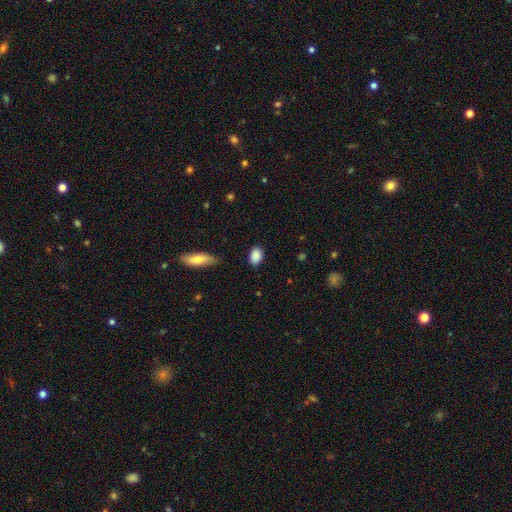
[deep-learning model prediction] This is clearly a smooth galaxy (87%). How rounded: clearly in between (83%). Merging: clearly none (83%).